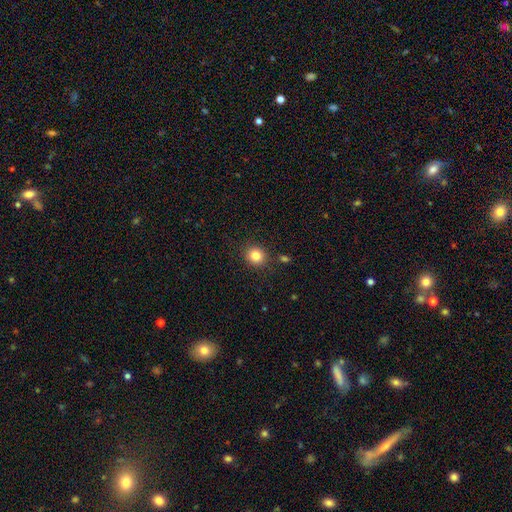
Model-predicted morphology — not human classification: Overall: smooth (83%). How rounded: round (81%). Merging: none (87%).